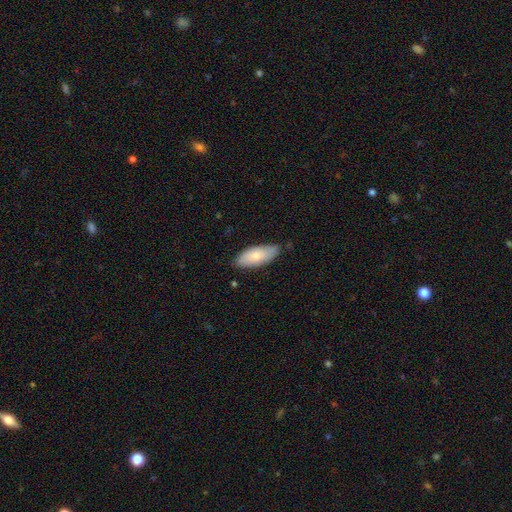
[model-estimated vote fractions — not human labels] Q: Smooth or featured?
A: smooth (72%); runner-up: featured or disk (22%)
Q: How rounded?
A: in between (85%); runner-up: cigar-shaped (13%)
Q: Merging?
A: none (74%); runner-up: minor disturbance (21%)